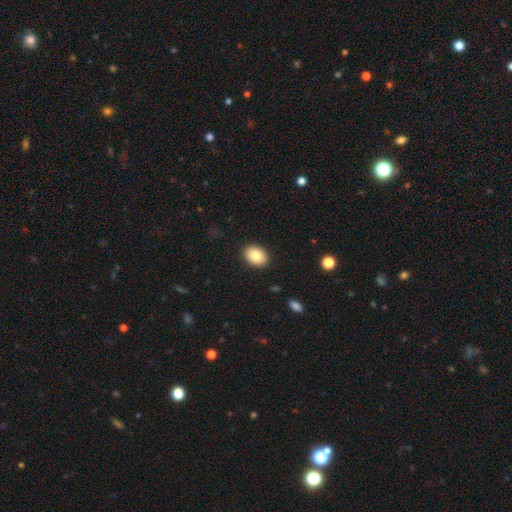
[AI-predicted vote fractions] Q: Smooth or featured?
A: smooth (85%); runner-up: featured or disk (8%)
Q: How rounded?
A: in between (71%); runner-up: round (28%)
Q: Merging?
A: none (90%); runner-up: minor disturbance (7%)